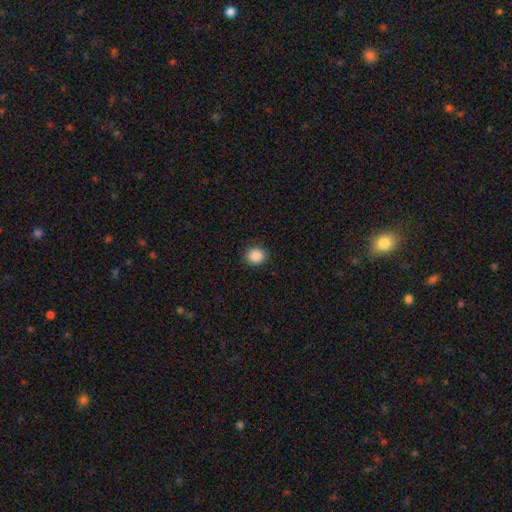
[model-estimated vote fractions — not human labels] Morphology: type=smooth (88%); roundness=round (82%); merging=none (90%).